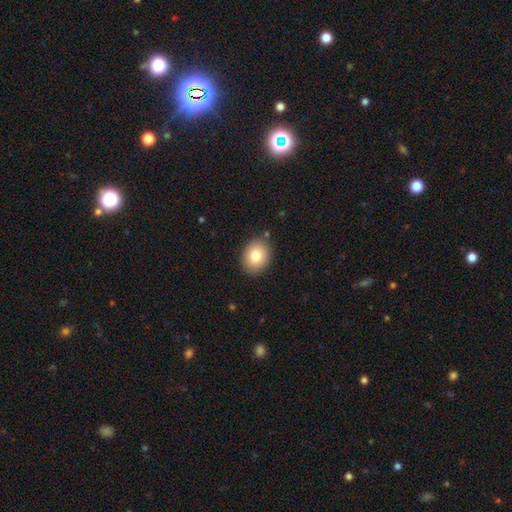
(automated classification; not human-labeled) Smooth or featured? smooth (81%)
How rounded? in between (54%)
Merging? none (86%)